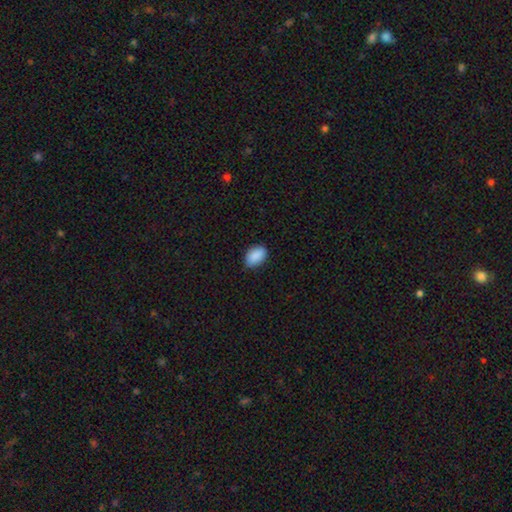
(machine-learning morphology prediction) This appears to be a smooth galaxy with no disk features (90%) that is in between round and cigar-shaped (88%). Merging: none (83%).